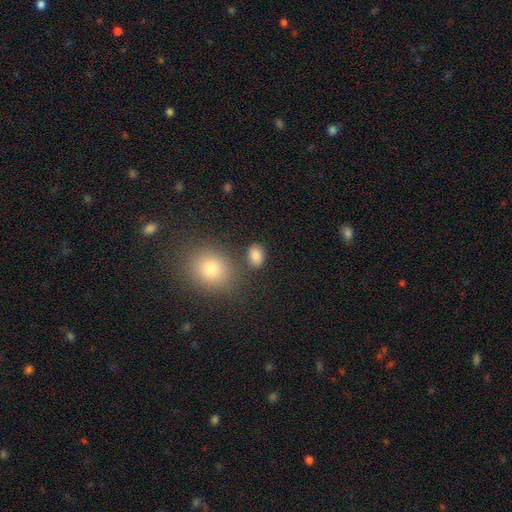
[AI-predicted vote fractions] Morphology: type=smooth (83%); roundness=in between (65%); merging=none (77%).